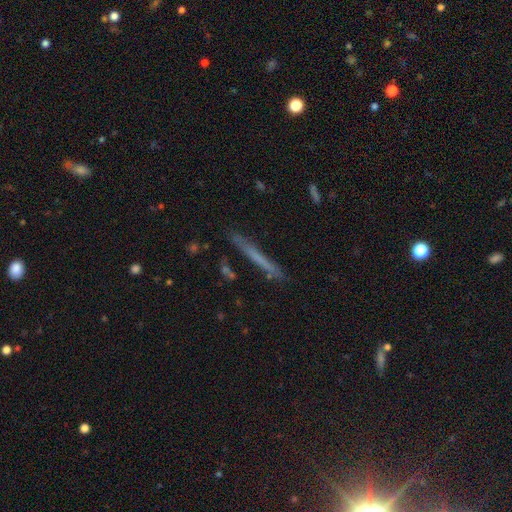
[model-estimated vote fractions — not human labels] Smooth or featured?
  - smooth: 51% *
  - featured or disk: 40%
  - star or artifact: 9%
How rounded?
  - cigar-shaped: 96% *
  - in between: 3%
  - round: 2%
Merging?
  - none: 84% *
  - minor disturbance: 11%
  - major disturbance: 3%
  - merger: 2%